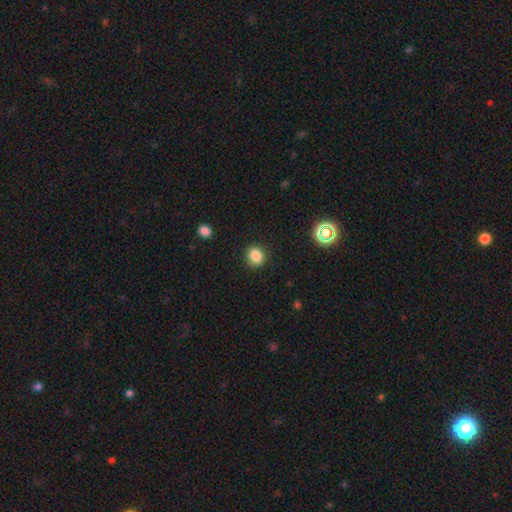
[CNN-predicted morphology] Smooth or featured?
  - smooth: 84% *
  - star or artifact: 11%
  - featured or disk: 5%
How rounded?
  - round: 73% *
  - in between: 26%
  - cigar-shaped: 1%
Merging?
  - none: 87% *
  - minor disturbance: 10%
  - major disturbance: 3%
  - merger: 1%